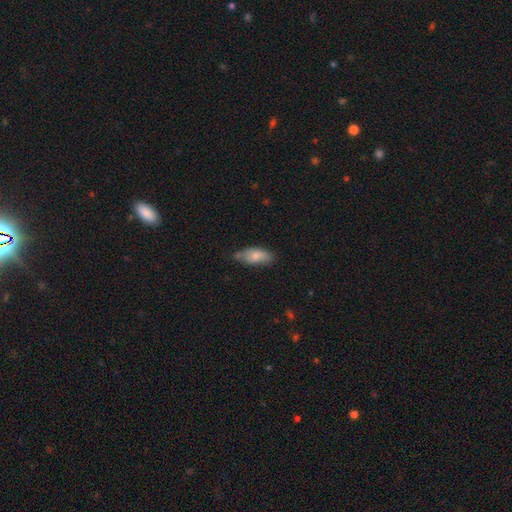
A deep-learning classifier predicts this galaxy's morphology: A smooth galaxy with no disk features (73%) that is in between round and cigar-shaped (88%).

Vote fractions:
- Smooth or featured? smooth: 73% / featured or disk: 20% / star or artifact: 7%
- How rounded? in between: 88% / cigar-shaped: 9% / round: 3%
- Merging? none: 59% / minor disturbance: 30% / major disturbance: 6% / merger: 5%